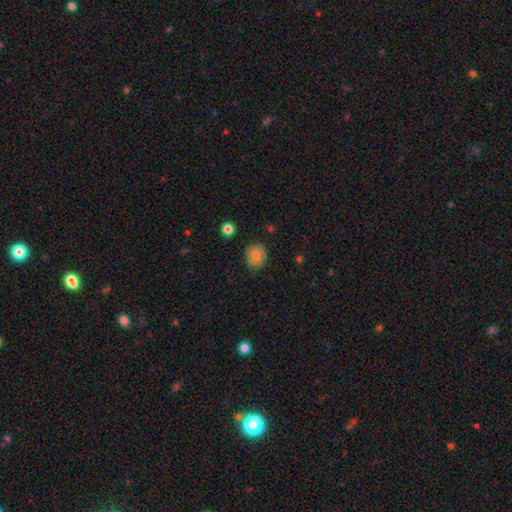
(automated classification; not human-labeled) Q: Smooth or featured?
A: smooth (80%); runner-up: featured or disk (11%)
Q: How rounded?
A: round (81%); runner-up: in between (18%)
Q: Merging?
A: none (85%); runner-up: minor disturbance (11%)